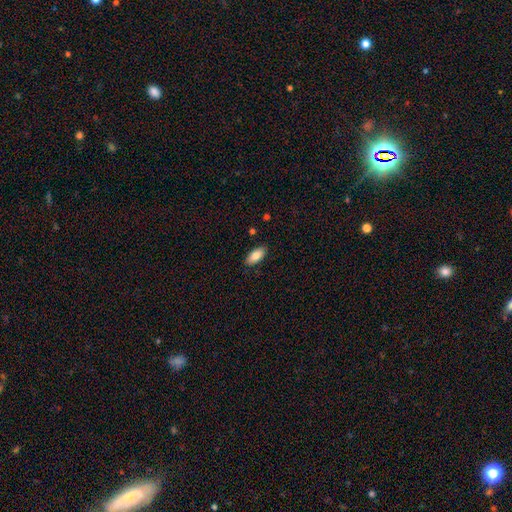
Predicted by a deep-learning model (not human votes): Smooth or featured: smooth — 85% (featured or disk — 9%)
How rounded: in between — 89% (cigar-shaped — 9%)
Merging: none — 88% (minor disturbance — 9%)